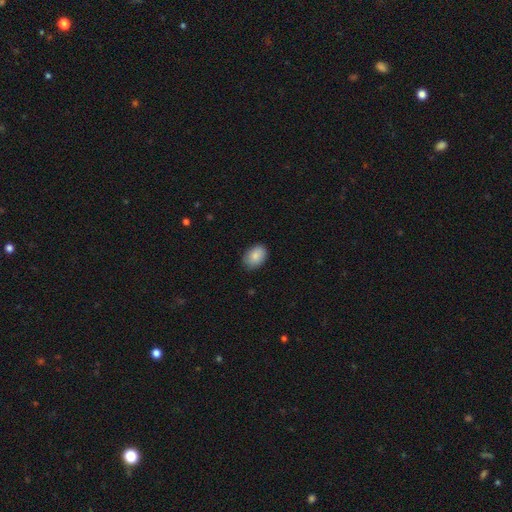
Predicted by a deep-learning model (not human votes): The model was most divided on "how rounded": in between: 84%, round: 15%, cigar-shaped: 1%. More confident: smooth or featured — smooth (87%); merging — none (84%).